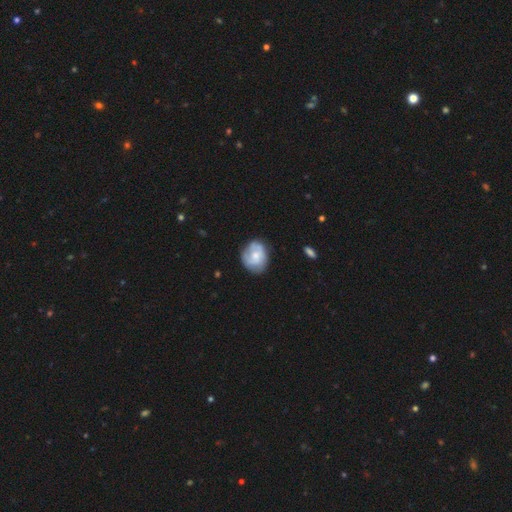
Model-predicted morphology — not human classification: Smooth or featured: smooth — 49% (featured or disk — 45%)
Merging: none — 64% (minor disturbance — 26%)